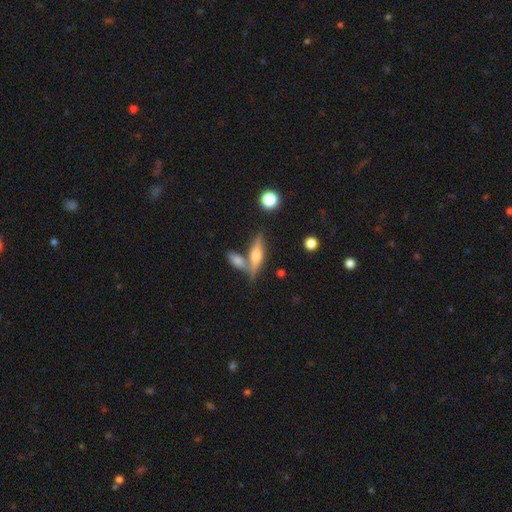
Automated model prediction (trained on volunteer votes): featured or disk 53%, smooth 39%, star or artifact 8%. Down the decision tree: edge-on disk — yes (91%); merging — none (57%).